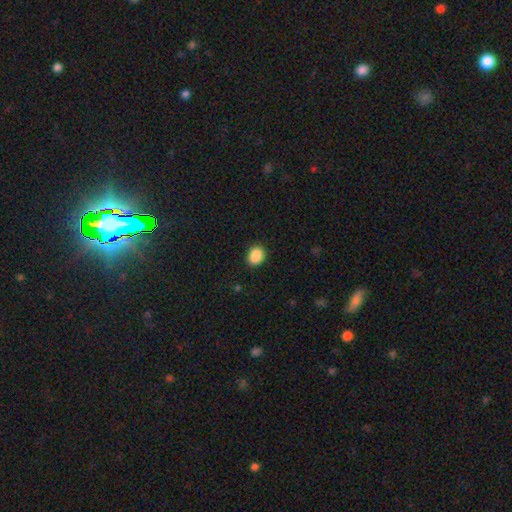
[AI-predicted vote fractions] Smooth or featured? smooth (88%)
How rounded? in between (54%)
Merging? none (84%)